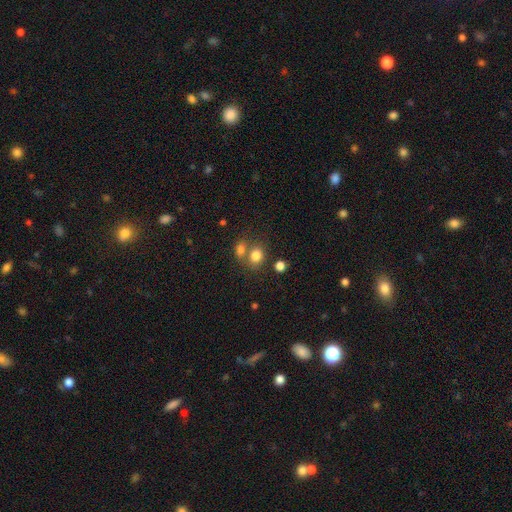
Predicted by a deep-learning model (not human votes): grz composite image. It shows a smooth galaxy with no disk features (79%) that is round (56%). Merging: none (47%).